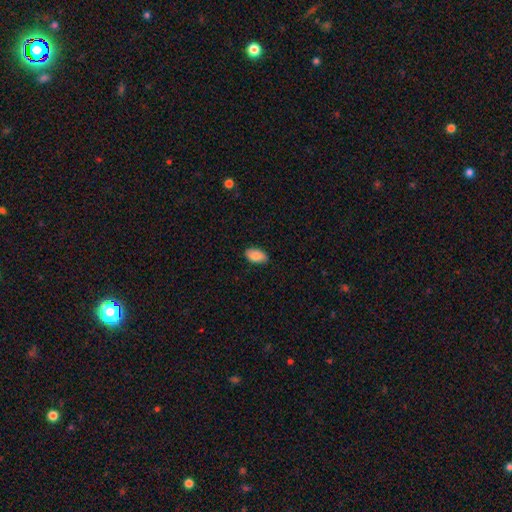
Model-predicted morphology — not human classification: This is clearly a smooth galaxy (88%). How rounded: clearly in between (94%). Merging: clearly none (86%).